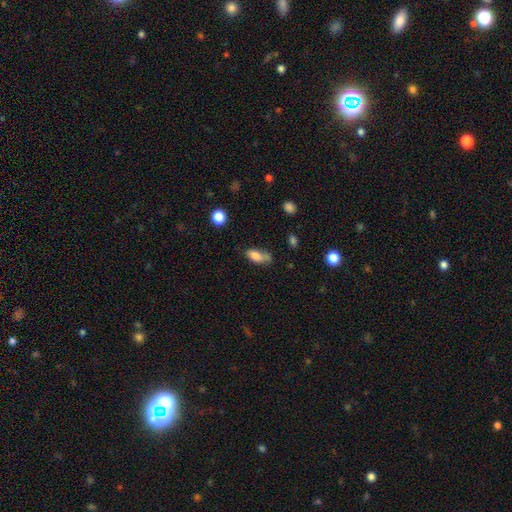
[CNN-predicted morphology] Q: Smooth or featured?
A: smooth (80%); runner-up: featured or disk (11%)
Q: How rounded?
A: in between (87%); runner-up: cigar-shaped (8%)
Q: Merging?
A: none (43%); runner-up: minor disturbance (27%)